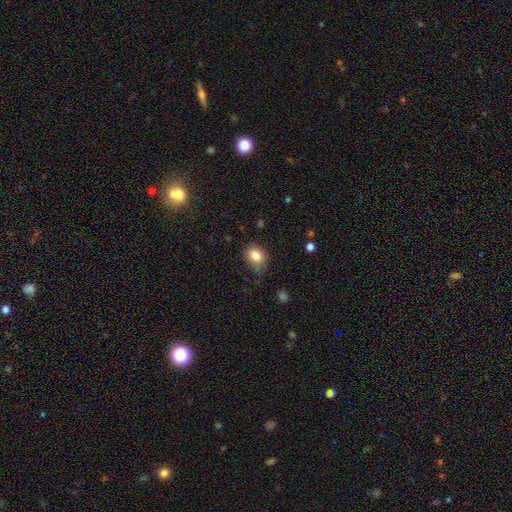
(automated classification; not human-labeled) smooth 83%, star or artifact 9%, featured or disk 7%. Down the decision tree: how rounded — in between (63%); merging — none (65%).